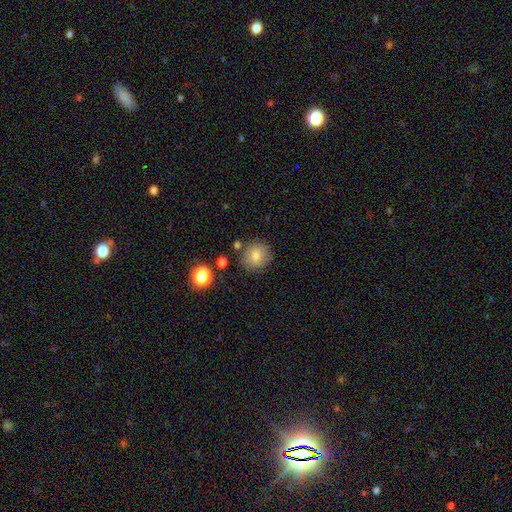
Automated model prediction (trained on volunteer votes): smooth_or_featured: smooth (p=0.76) [alt: featured or disk p=0.12]
how_rounded: round (p=0.86) [alt: in between p=0.13]
merging: none (p=0.81) [alt: minor disturbance p=0.11]